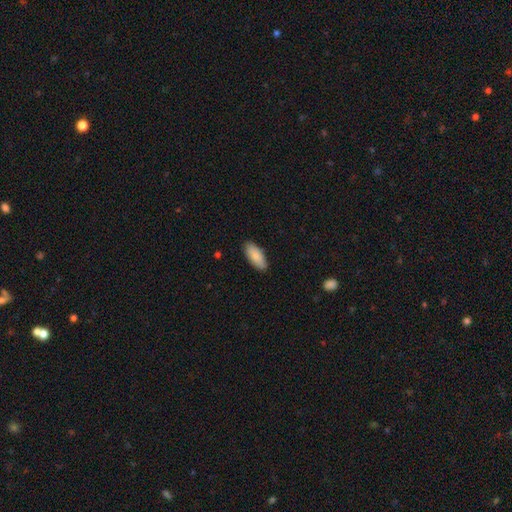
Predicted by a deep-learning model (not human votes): This appears to be a smooth galaxy with no disk features (86%) that is in between round and cigar-shaped (82%). Merging: none (87%).